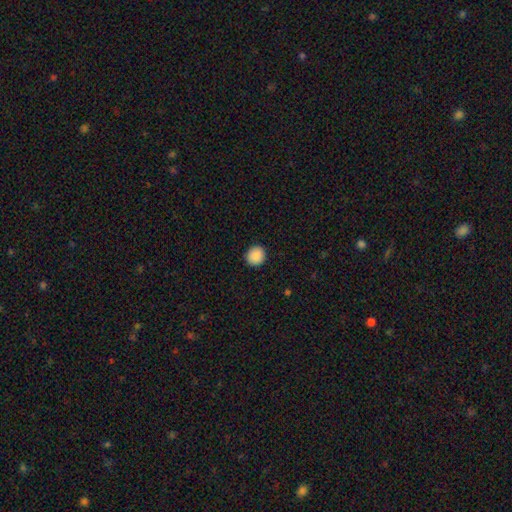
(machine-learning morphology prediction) Smooth or featured: smooth — 89% (star or artifact — 8%)
How rounded: round — 90% (in between — 9%)
Merging: none — 92% (minor disturbance — 5%)